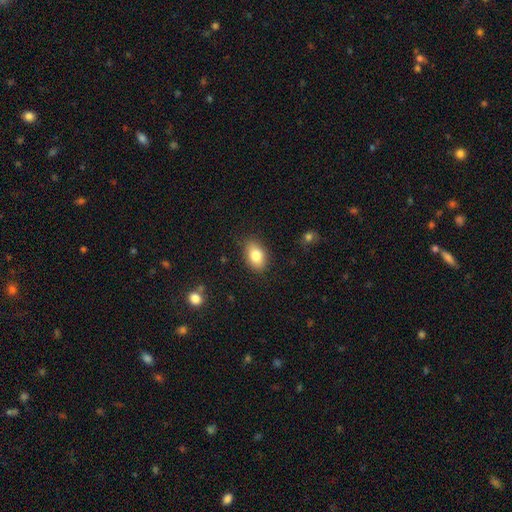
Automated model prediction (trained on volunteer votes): smooth 82%, featured or disk 11%, star or artifact 8%. Down the decision tree: how rounded — in between (87%); merging — none (84%).